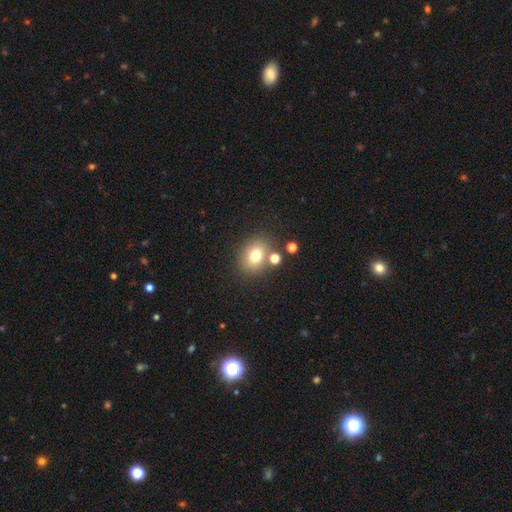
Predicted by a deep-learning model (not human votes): This appears to be a smooth galaxy with no disk features (75%) that is round (55%). Merging: none (71%).